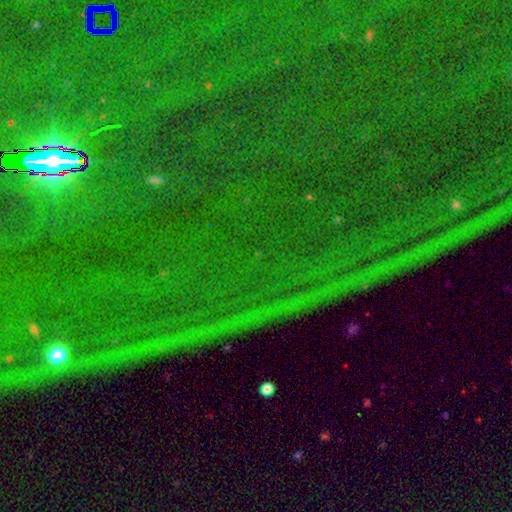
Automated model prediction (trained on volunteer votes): Overall: star or artifact (85%).